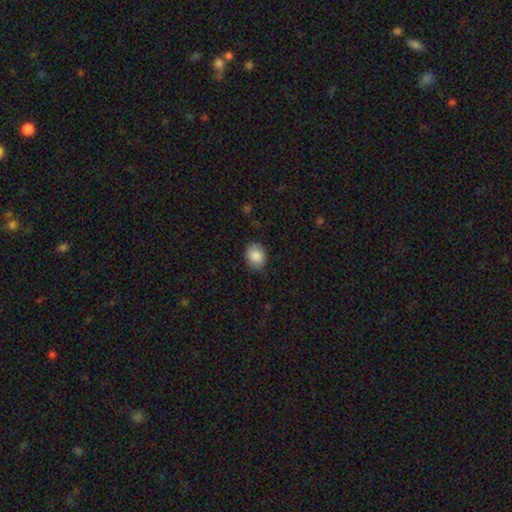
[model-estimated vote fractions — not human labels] smooth 87%, star or artifact 7%, featured or disk 5%. Down the decision tree: how rounded — in between (58%); merging — none (82%).